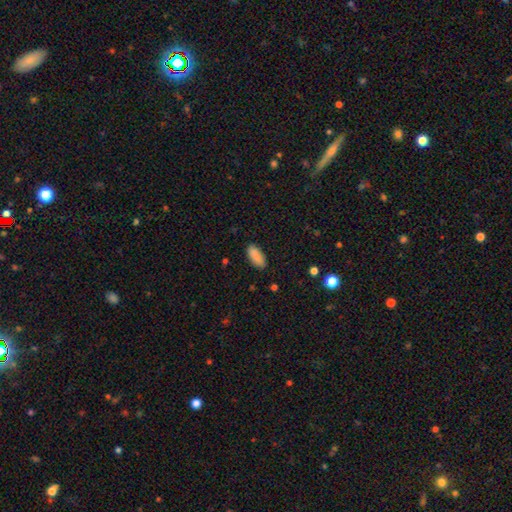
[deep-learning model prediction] A smooth galaxy with no disk features (89%) that is in between round and cigar-shaped (84%). Merging: none (85%).